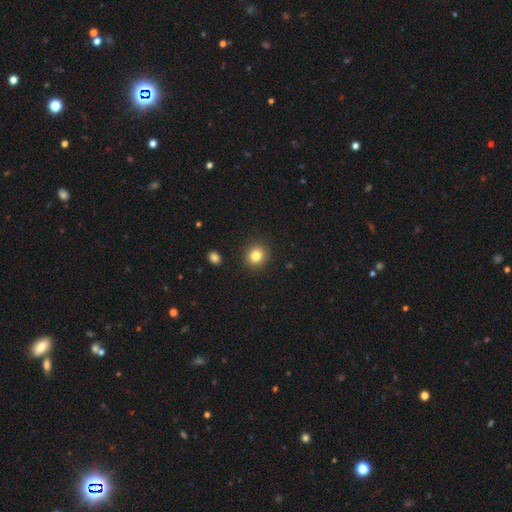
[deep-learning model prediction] The model was most divided on "how rounded": round: 83%, in between: 16%, cigar-shaped: 1%. More confident: merging — none (91%); smooth or featured — smooth (83%).